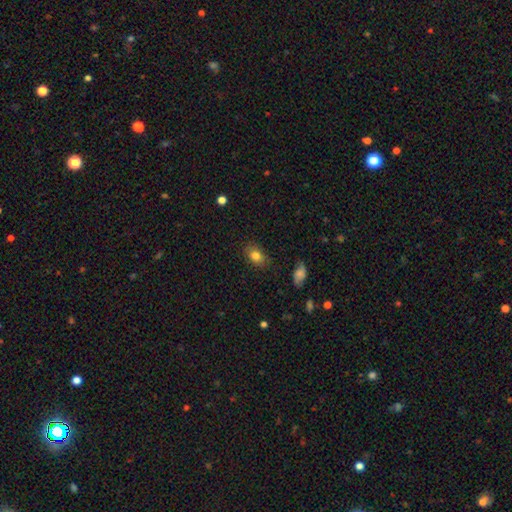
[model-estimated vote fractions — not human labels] A smooth galaxy with no disk features (82%) that is in between round and cigar-shaped (77%).

Vote fractions:
- Smooth or featured? smooth: 82% / star or artifact: 10% / featured or disk: 8%
- How rounded? in between: 77% / round: 21% / cigar-shaped: 2%
- Merging? none: 80% / minor disturbance: 15% / major disturbance: 3% / merger: 2%